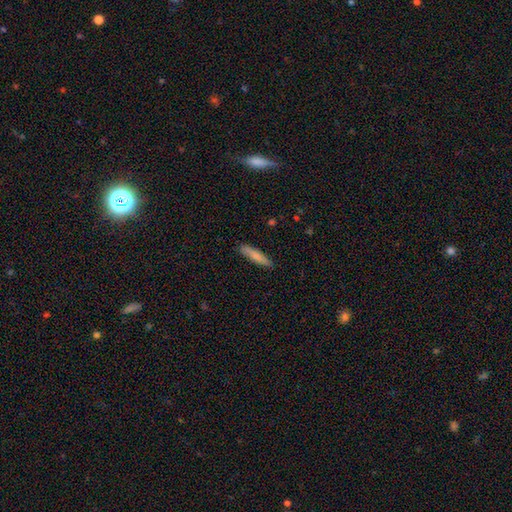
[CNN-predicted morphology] This appears to be a smooth galaxy with no disk features (80%) that is cigar-shaped (86%). Merging: none (86%).